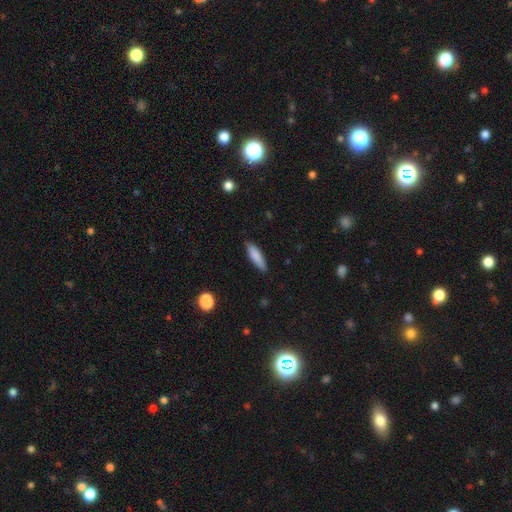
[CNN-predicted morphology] smooth_or_featured: smooth (p=0.83) [alt: featured or disk p=0.11]
how_rounded: cigar-shaped (p=0.63) [alt: in between p=0.36]
merging: none (p=0.83) [alt: minor disturbance p=0.13]